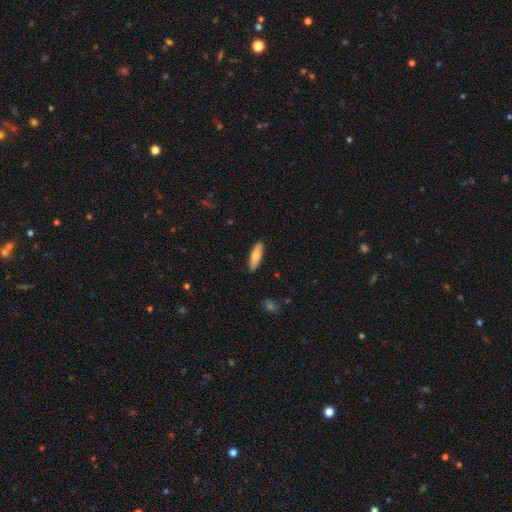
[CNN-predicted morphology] This is likely a smooth galaxy (79%). How rounded: possibly cigar-shaped (52%). Merging: clearly none (88%).